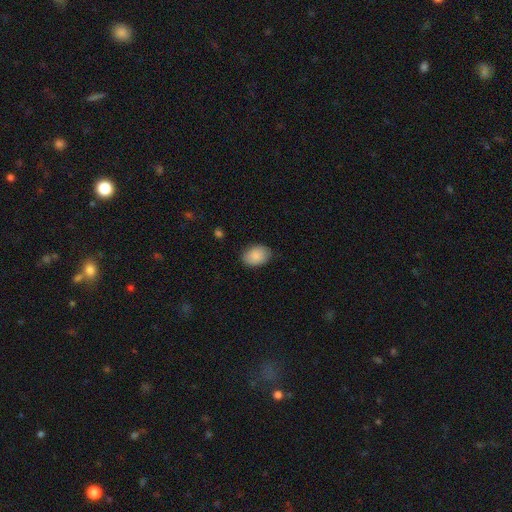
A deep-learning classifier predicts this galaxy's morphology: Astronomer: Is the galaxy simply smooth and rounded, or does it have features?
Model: smooth — 87%.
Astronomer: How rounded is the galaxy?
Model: in between — 77%.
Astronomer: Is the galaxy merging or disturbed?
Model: none — 83%.